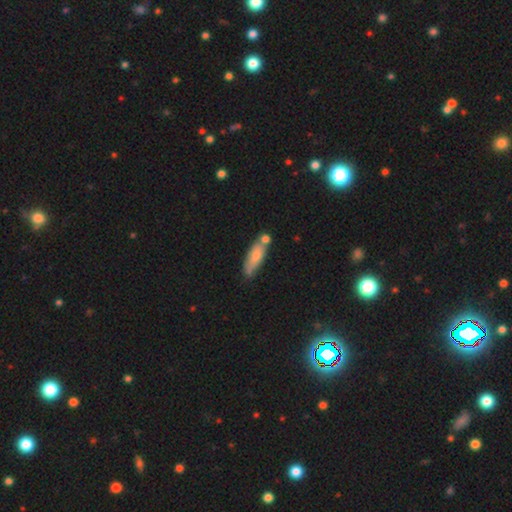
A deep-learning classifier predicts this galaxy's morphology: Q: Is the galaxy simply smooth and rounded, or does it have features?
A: smooth — 73%.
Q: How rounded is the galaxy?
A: cigar-shaped — 52%.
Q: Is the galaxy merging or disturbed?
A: none — 52%.